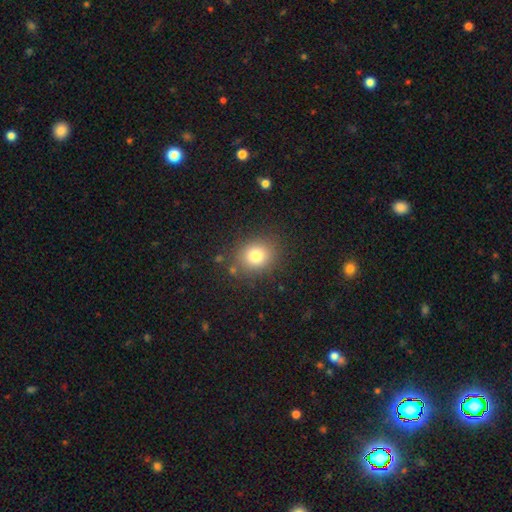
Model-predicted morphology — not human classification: This is likely a smooth galaxy (80%). How rounded: likely round (71%). Merging: clearly none (83%).